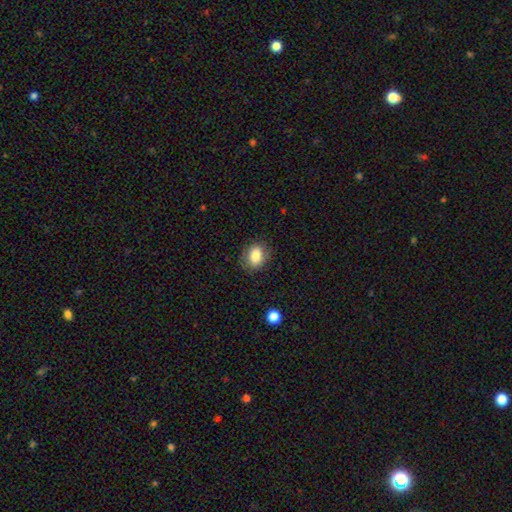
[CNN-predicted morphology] smooth-or-featured: smooth: 83% | star or artifact: 9% | featured or disk: 8%
  how-rounded: in between: 65% | round: 33% | cigar-shaped: 1%
  merging: none: 84% | minor disturbance: 12% | major disturbance: 3% | merger: 1%